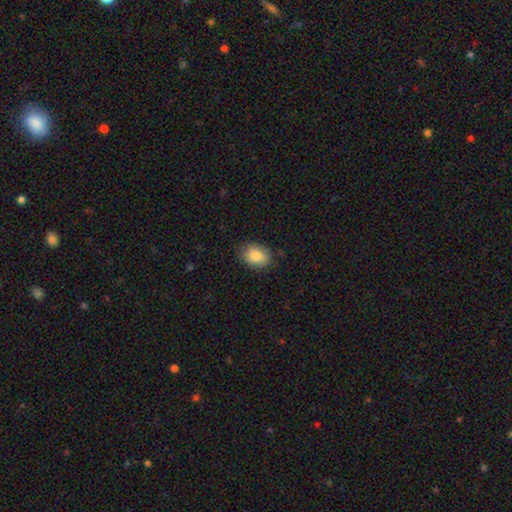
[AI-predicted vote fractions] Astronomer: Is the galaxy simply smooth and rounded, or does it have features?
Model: smooth — 87%.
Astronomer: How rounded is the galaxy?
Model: in between — 74%.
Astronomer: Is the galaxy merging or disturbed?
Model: none — 79%.